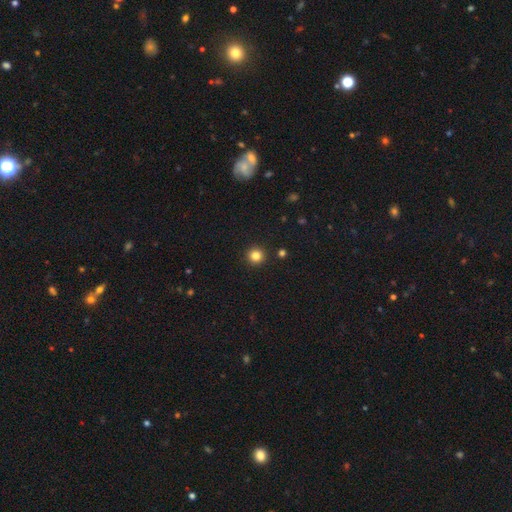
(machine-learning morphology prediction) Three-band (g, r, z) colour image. It shows a smooth galaxy with no disk features (83%) that is round (95%). Merging: none (92%).